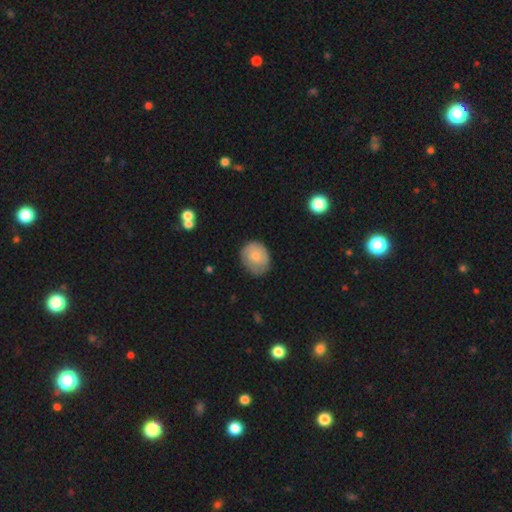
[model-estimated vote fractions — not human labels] A smooth galaxy with no disk features (73%) that is round (59%). Merging: none (70%).